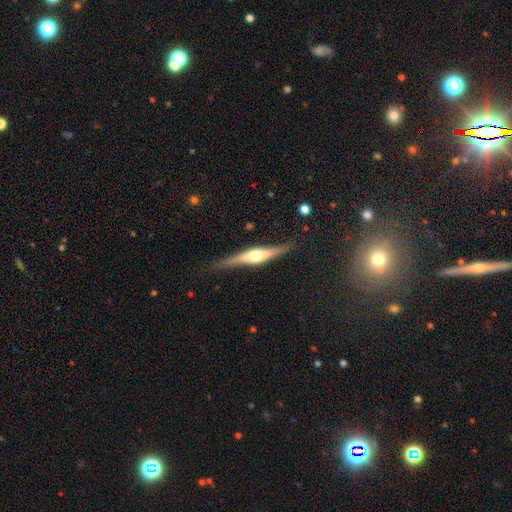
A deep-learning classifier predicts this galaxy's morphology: Smooth or featured? Predicted: featured or disk (p=0.73). Edge-on disk? Predicted: yes (p=0.97). Edge-on bulge? Predicted: rounded (p=0.89). Merging? Predicted: none (p=0.84).